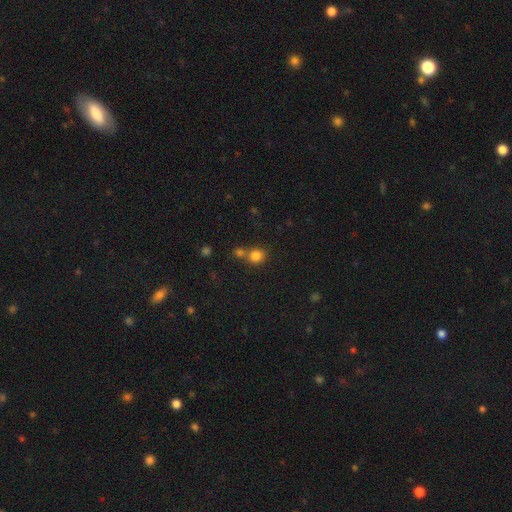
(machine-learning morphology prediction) A smooth galaxy with no disk features (82%) that is round (84%).

Vote fractions:
- Smooth or featured? smooth: 82% / star or artifact: 13% / featured or disk: 6%
- How rounded? round: 84% / in between: 15% / cigar-shaped: 1%
- Merging? none: 54% / merger: 35% / minor disturbance: 8% / major disturbance: 3%